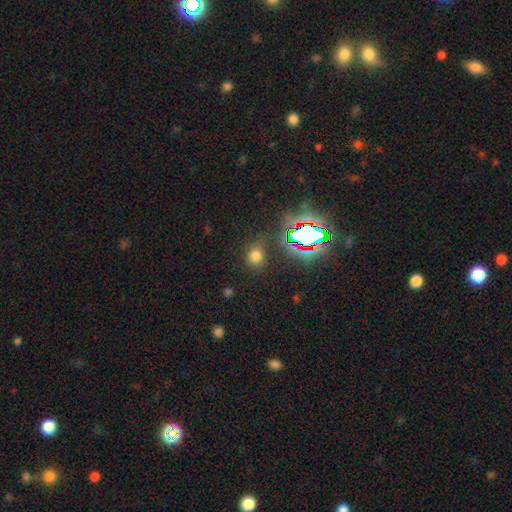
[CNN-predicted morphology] smooth-or-featured: smooth: 67% | star or artifact: 27% | featured or disk: 6%
  how-rounded: round: 71% | in between: 28% | cigar-shaped: 1%
  merging: none: 79% | minor disturbance: 12% | major disturbance: 5% | merger: 4%